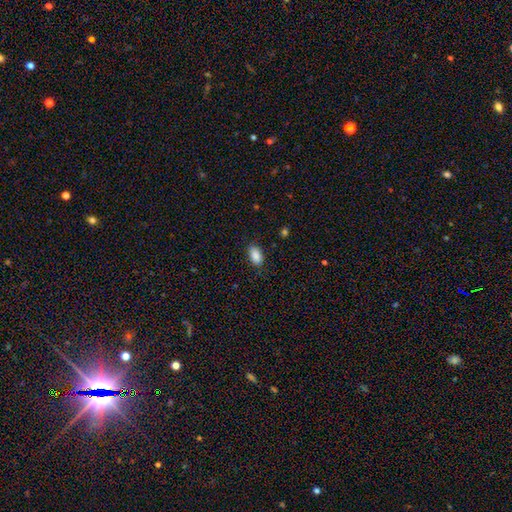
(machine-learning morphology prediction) Smooth or featured? smooth (89%)
How rounded? in between (92%)
Merging? none (86%)